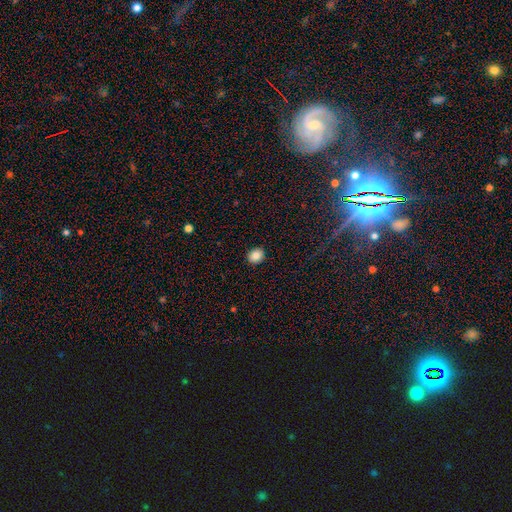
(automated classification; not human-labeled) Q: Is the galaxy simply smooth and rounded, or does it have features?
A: smooth — 85%.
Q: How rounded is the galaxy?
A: round — 71%.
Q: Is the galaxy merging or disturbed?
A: none — 91%.